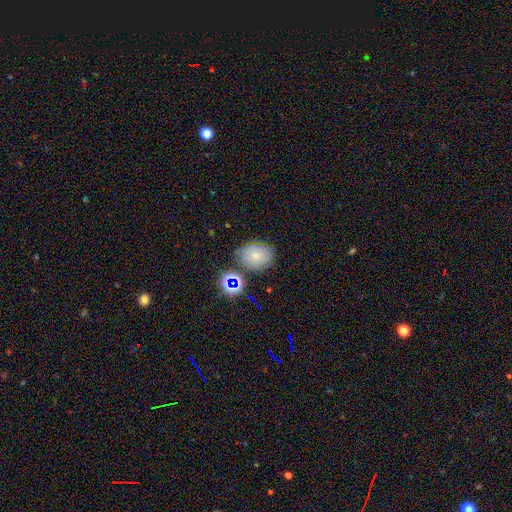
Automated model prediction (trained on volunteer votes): Smooth or featured? Predicted: smooth (p=0.60). How rounded? Predicted: in between (p=0.53). Merging? Predicted: none (p=0.72).